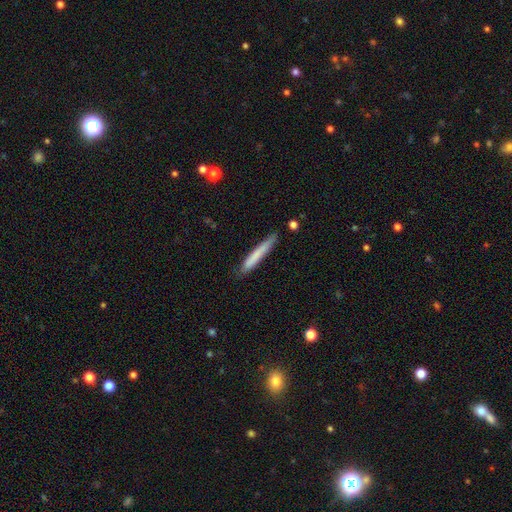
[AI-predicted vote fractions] smooth_or_featured: smooth (p=0.73) [alt: featured or disk p=0.21]
how_rounded: cigar-shaped (p=0.96) [alt: in between p=0.03]
merging: none (p=0.80) [alt: minor disturbance p=0.15]